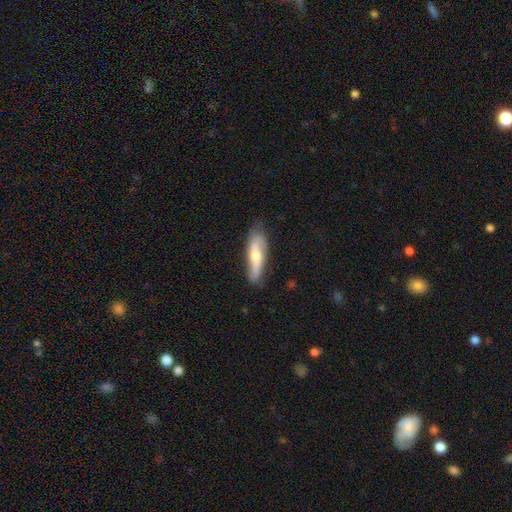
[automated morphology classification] A featured or disk galaxy (56%). Merging: none (72%).